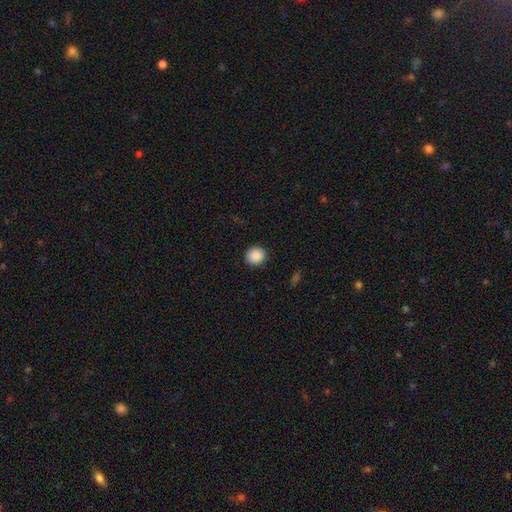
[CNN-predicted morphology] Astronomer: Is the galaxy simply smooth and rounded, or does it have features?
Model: smooth — 89%.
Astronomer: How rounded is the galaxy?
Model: round — 90%.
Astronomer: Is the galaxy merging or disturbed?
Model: none — 91%.